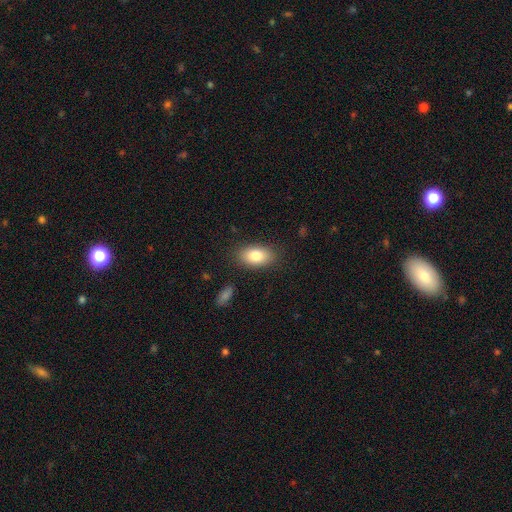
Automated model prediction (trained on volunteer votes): Smooth or featured? smooth (82%)
How rounded? in between (91%)
Merging? none (85%)